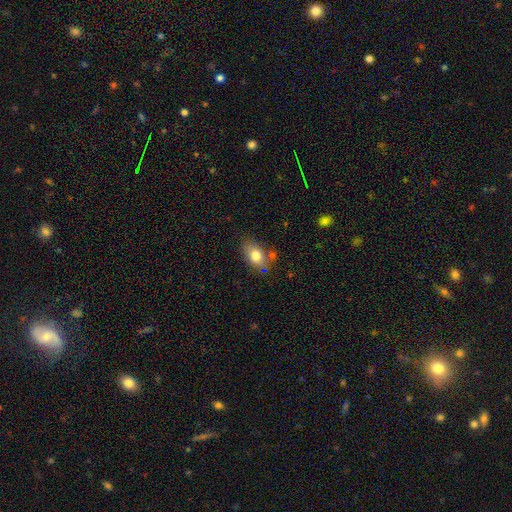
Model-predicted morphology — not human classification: Q: Smooth or featured?
A: smooth (79%); runner-up: featured or disk (12%)
Q: How rounded?
A: in between (78%); runner-up: round (20%)
Q: Merging?
A: none (64%); runner-up: minor disturbance (23%)